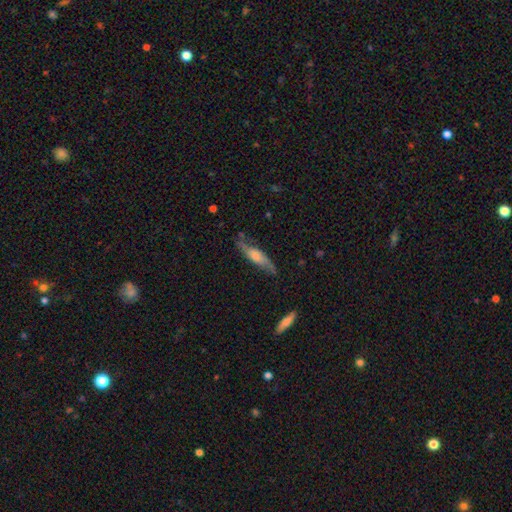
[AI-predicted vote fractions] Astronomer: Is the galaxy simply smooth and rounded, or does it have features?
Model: featured or disk — 50% (runner-up: smooth, 44%).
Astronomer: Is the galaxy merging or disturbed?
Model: none — 66%.